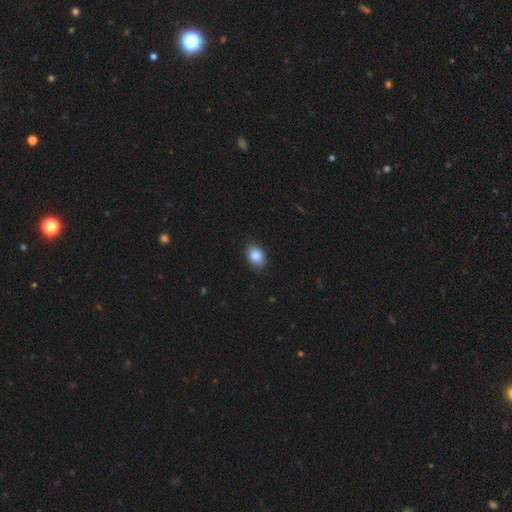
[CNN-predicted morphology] Smooth or featured: smooth — 86% (star or artifact — 8%)
How rounded: in between — 69% (round — 30%)
Merging: none — 88% (minor disturbance — 9%)